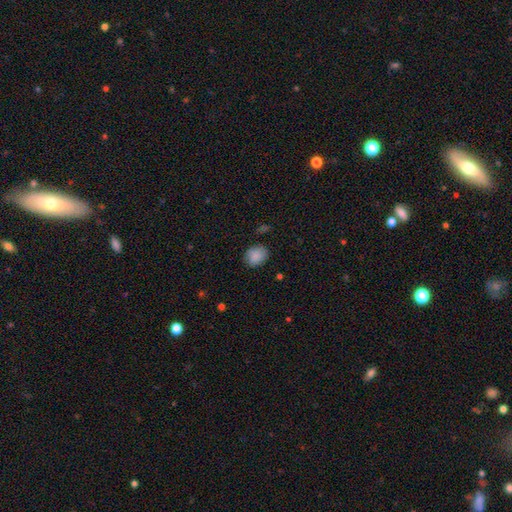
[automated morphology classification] smooth-or-featured: smooth: 88% | star or artifact: 8% | featured or disk: 4%
  how-rounded: round: 59% | in between: 40% | cigar-shaped: 1%
  merging: none: 81% | minor disturbance: 14% | major disturbance: 3% | merger: 1%